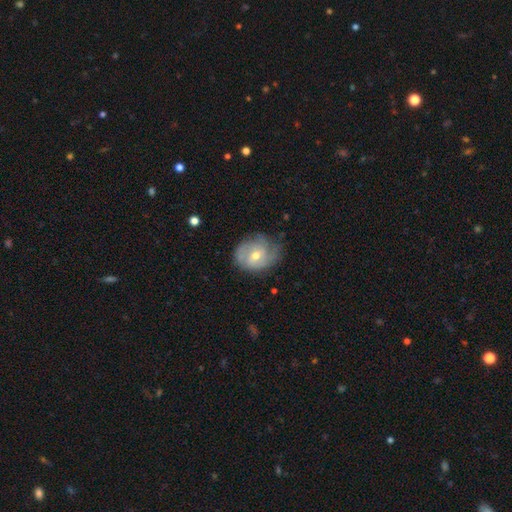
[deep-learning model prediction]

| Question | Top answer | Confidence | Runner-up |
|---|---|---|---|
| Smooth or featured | featured or disk | 65% | smooth (27%) |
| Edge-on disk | no | 96% | yes (4%) |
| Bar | no | 60% | weak (34%) |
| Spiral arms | yes | 83% | no (17%) |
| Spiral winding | tight | 48% | medium (37%) |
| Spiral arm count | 2 | 35% | can't tell (34%) |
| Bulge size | moderate | 56% | small (40%) |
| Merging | none | 60% | minor disturbance (29%) |